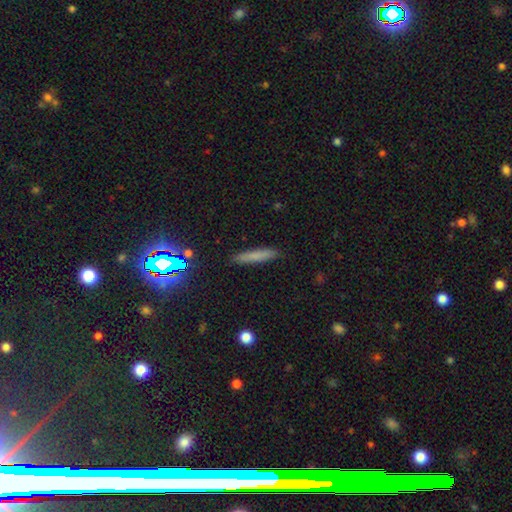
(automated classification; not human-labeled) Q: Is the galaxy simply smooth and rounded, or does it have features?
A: smooth — 71%.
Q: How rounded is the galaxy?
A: cigar-shaped — 90%.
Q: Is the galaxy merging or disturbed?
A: none — 89%.